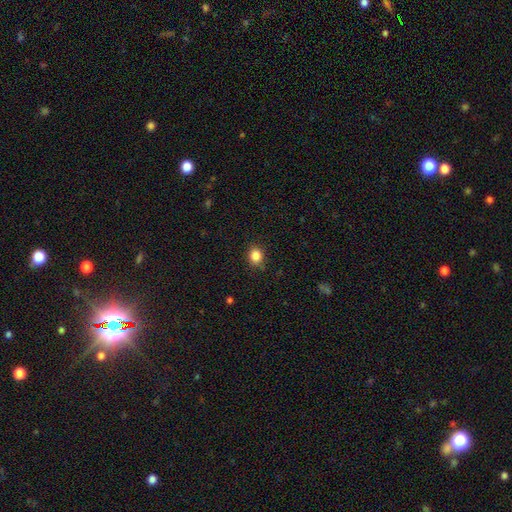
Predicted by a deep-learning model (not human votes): The model was most divided on "how rounded": round: 63%, in between: 36%, cigar-shaped: 1%. More confident: smooth or featured — smooth (85%); merging — none (84%).